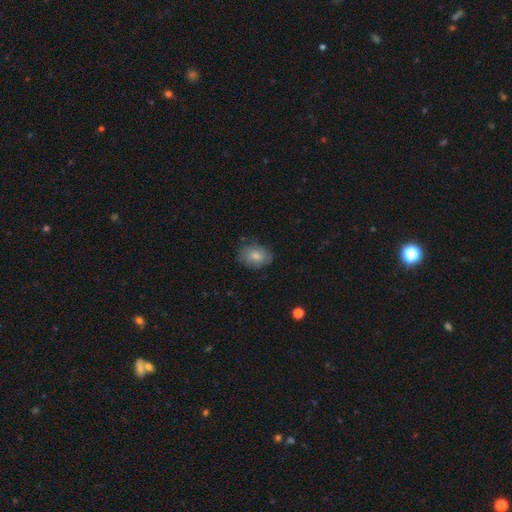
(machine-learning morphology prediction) Smooth or featured: smooth — 79% (featured or disk — 14%)
How rounded: in between — 72% (round — 27%)
Merging: none — 76% (minor disturbance — 18%)